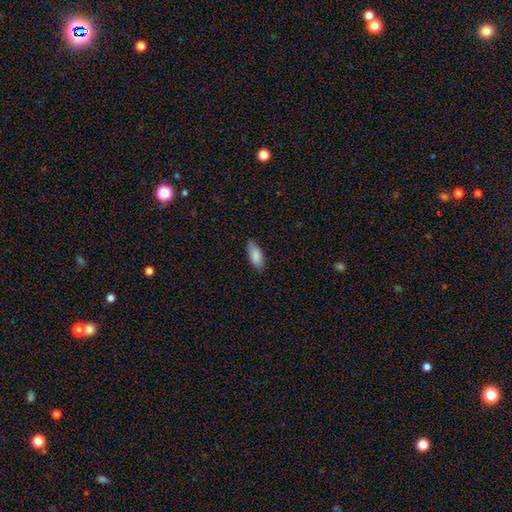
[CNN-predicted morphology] smooth_or_featured: smooth (p=0.87) [alt: featured or disk p=0.07]
how_rounded: in between (p=0.87) [alt: cigar-shaped p=0.12]
merging: none (p=0.81) [alt: minor disturbance p=0.15]